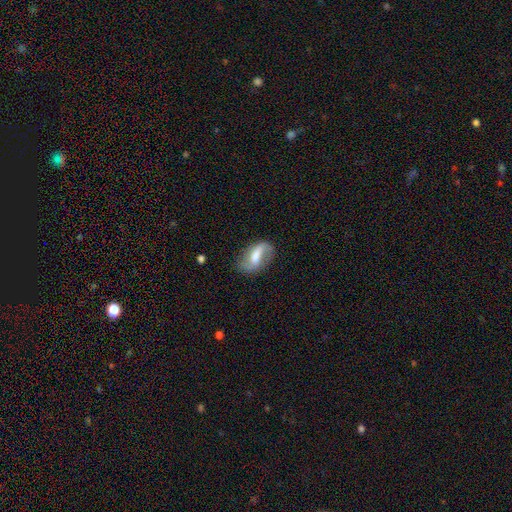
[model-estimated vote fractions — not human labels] featured or disk 58%, smooth 35%, star or artifact 7%. Down the decision tree: edge-on disk — no (93%); bar — weak (46%); spiral arms — yes (80%); bulge size — moderate (49%); merging — none (64%).